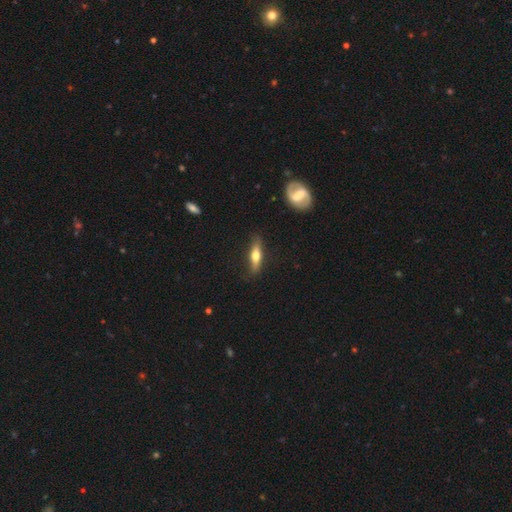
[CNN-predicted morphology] Q: Smooth or featured?
A: smooth (48%); runner-up: featured or disk (46%)
Q: Merging?
A: none (83%); runner-up: minor disturbance (13%)